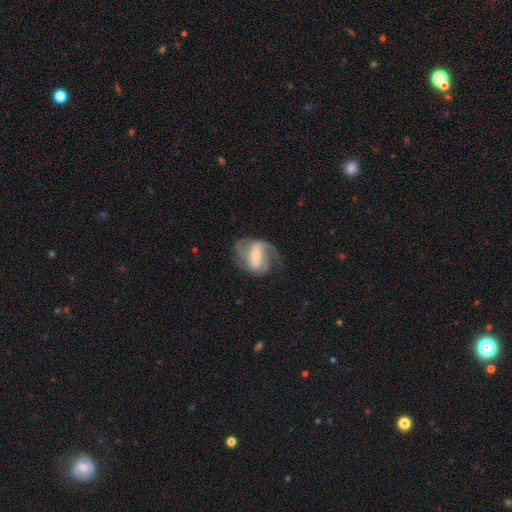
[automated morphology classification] Q: Smooth or featured?
A: featured or disk (80%); runner-up: smooth (14%)
Q: Edge-on disk?
A: no (97%); runner-up: yes (3%)
Q: Bar?
A: weak (44%); runner-up: strong (32%)
Q: Spiral arms?
A: yes (93%); runner-up: no (7%)
Q: Spiral winding?
A: medium (46%); runner-up: loose (34%)
Q: Spiral arm count?
A: 2 (45%); runner-up: 3 (21%)
Q: Bulge size?
A: small (54%); runner-up: moderate (38%)
Q: Merging?
A: none (55%); runner-up: major disturbance (22%)